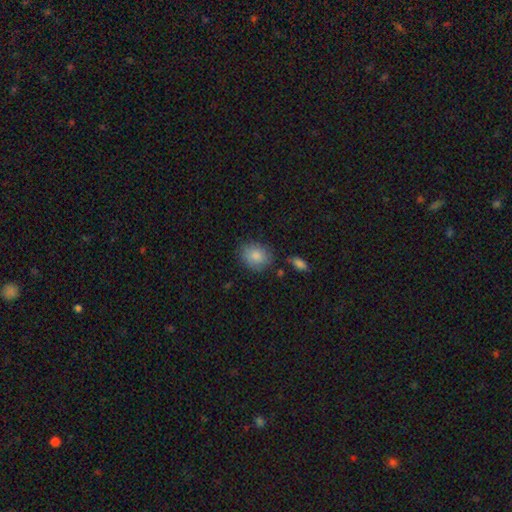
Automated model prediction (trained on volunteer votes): A smooth galaxy with no disk features (86%) that is in between round and cigar-shaped (50%). Merging: none (77%).